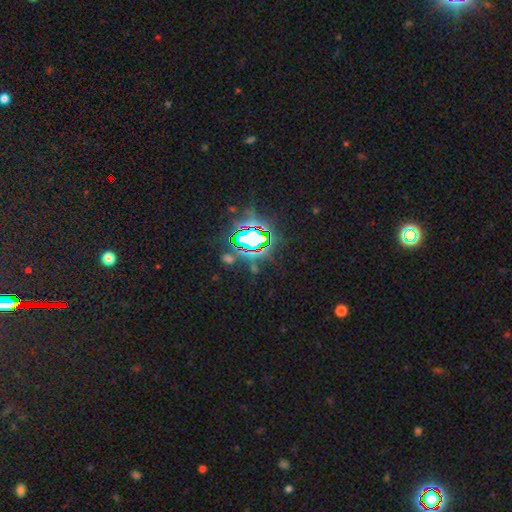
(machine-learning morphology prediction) type=star or artifact (84%).